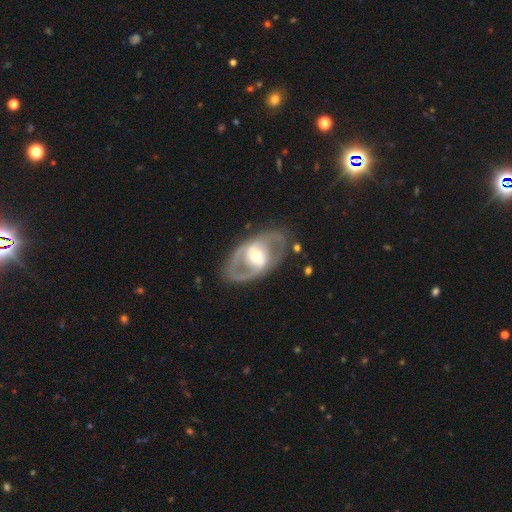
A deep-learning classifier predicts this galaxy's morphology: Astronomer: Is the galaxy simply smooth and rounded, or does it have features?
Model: featured or disk — 78%.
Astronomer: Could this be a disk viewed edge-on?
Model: no — 93%.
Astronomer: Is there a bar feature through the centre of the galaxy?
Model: no — 38% (runner-up: weak, 32%).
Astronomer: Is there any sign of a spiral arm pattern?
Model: yes — 55% (runner-up: no, 45%).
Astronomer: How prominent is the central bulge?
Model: moderate — 59%.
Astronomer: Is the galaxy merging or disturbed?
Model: none — 77%.